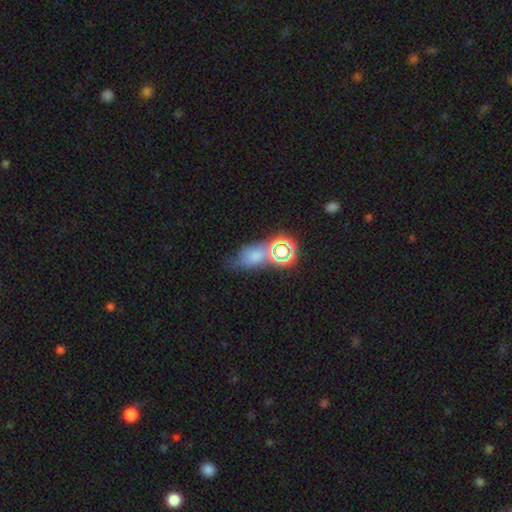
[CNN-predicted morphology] type=smooth (60%); roundness=in between (71%); merging=none (46%).